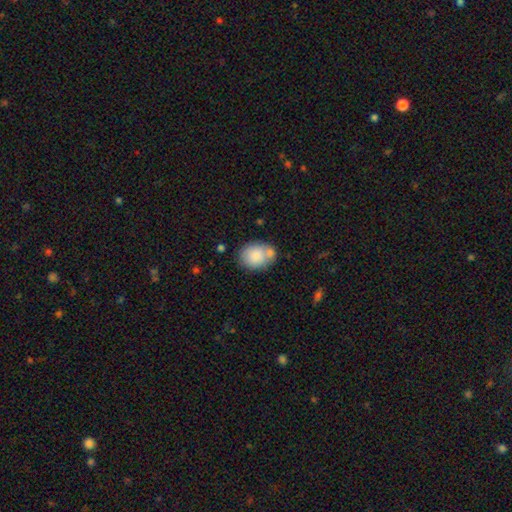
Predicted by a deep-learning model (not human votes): Smooth or featured?
  - smooth: 84% *
  - featured or disk: 9%
  - star or artifact: 7%
How rounded?
  - in between: 57% *
  - round: 42%
  - cigar-shaped: 1%
Merging?
  - none: 57% *
  - merger: 21%
  - minor disturbance: 17%
  - major disturbance: 5%